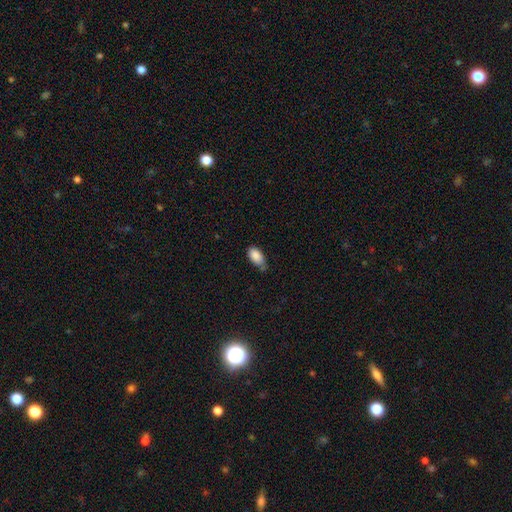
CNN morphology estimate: smooth-or-featured: smooth: 88% | star or artifact: 7% | featured or disk: 5%
  how-rounded: in between: 93% | cigar-shaped: 4% | round: 3%
  merging: none: 52% | minor disturbance: 39% | major disturbance: 7% | merger: 2%